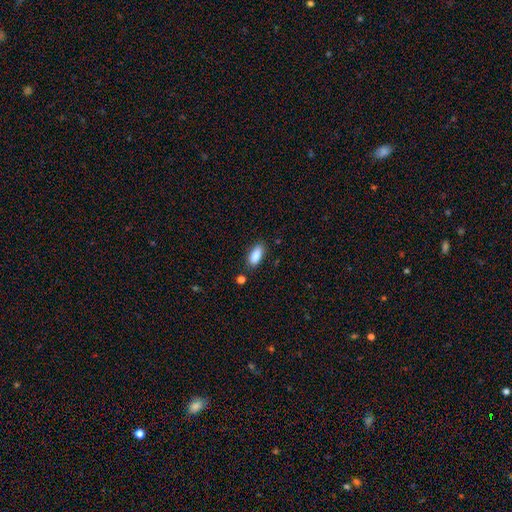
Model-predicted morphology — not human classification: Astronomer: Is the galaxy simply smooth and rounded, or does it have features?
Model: smooth — 88%.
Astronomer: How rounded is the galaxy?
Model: in between — 83%.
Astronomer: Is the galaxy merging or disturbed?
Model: none — 82%.